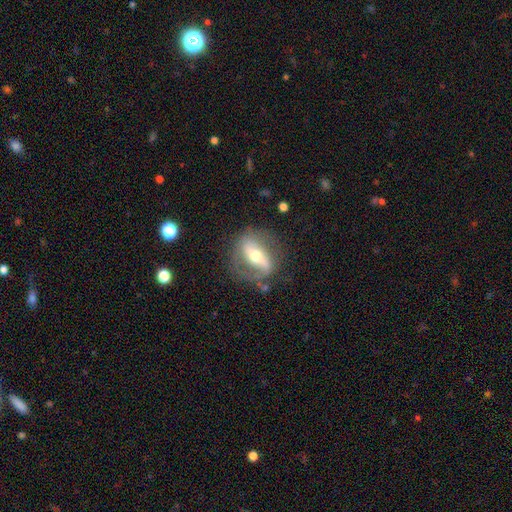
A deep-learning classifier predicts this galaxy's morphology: This appears to be a featured or disk galaxy (71%) with a strong bar (58%), spiral arms (67%) and a moderate central bulge (65%). Merging: none (66%).